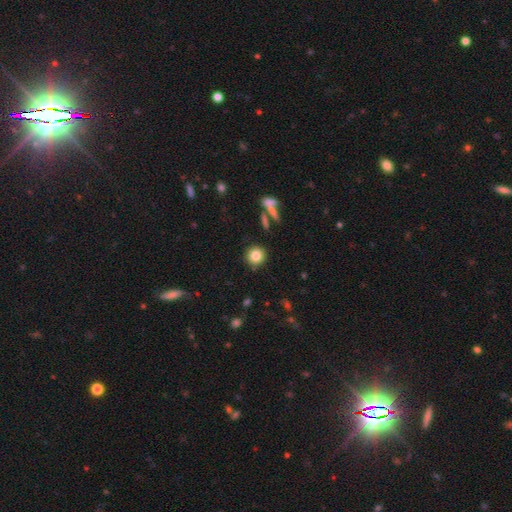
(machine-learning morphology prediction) This is clearly a smooth galaxy (82%). How rounded: clearly round (91%). Merging: clearly none (88%).